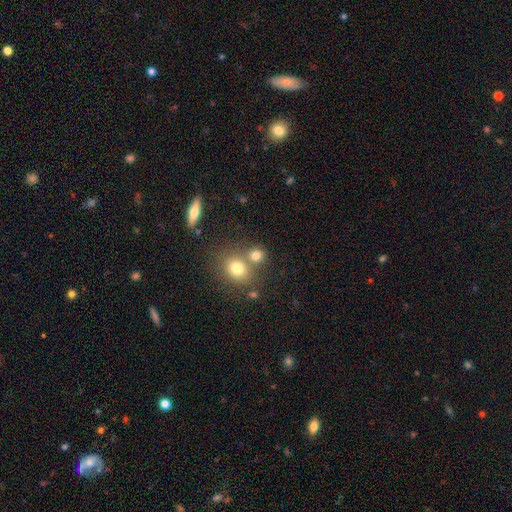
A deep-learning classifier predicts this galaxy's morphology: This appears to be a smooth galaxy with no disk features (77%) that is round (78%). Merging: none (58%).